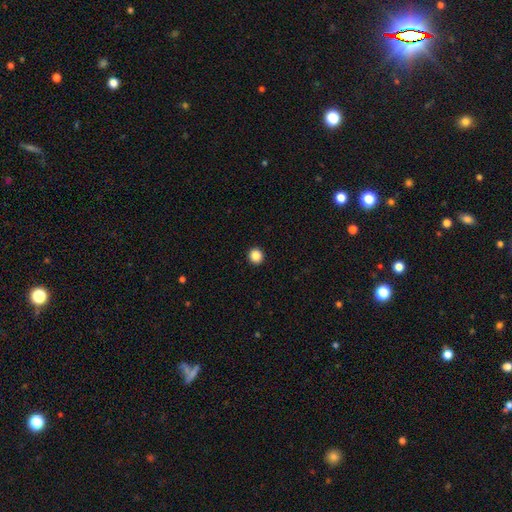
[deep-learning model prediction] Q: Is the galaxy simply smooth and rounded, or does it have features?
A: smooth — 87%.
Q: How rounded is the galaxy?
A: round — 94%.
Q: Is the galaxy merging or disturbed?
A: none — 94%.